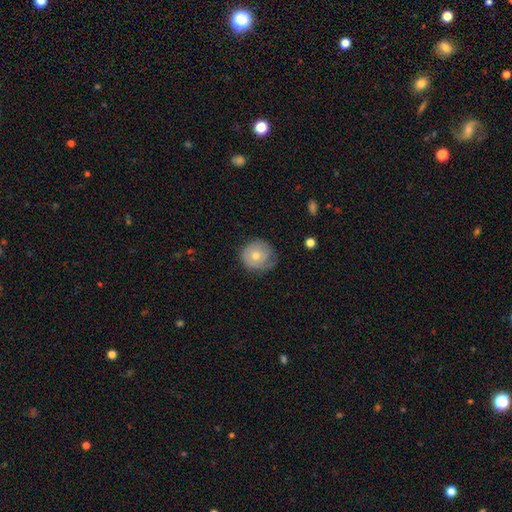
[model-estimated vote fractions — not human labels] Smooth or featured: smooth — 57% (featured or disk — 35%)
How rounded: round — 90% (in between — 9%)
Merging: none — 64% (minor disturbance — 26%)